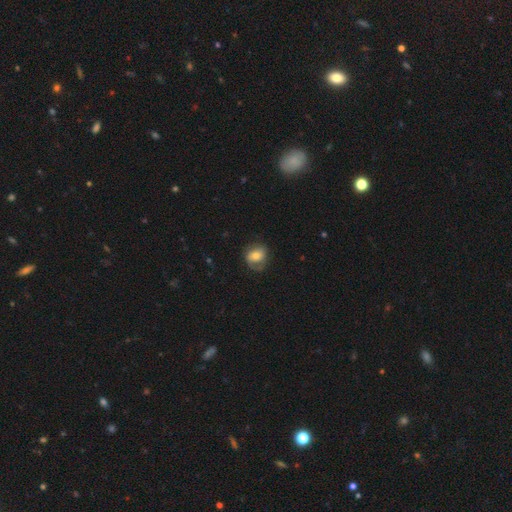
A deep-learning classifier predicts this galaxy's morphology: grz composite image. It shows a smooth galaxy with no disk features (46%, tied with featured or disk). Merging: none (61%).